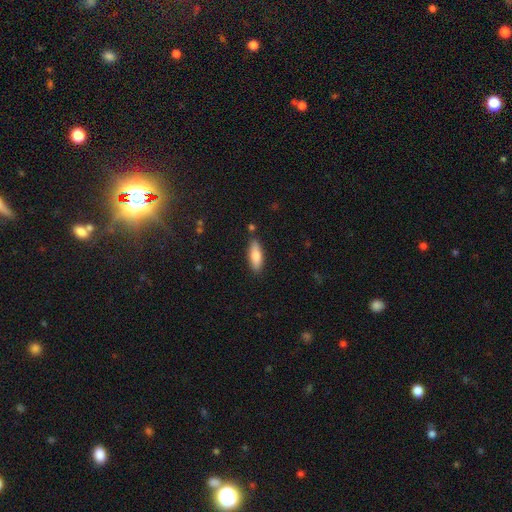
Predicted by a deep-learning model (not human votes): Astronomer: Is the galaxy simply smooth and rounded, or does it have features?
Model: smooth — 79%.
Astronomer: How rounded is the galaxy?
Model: in between — 60% (runner-up: cigar-shaped, 38%).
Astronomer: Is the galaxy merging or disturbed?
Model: none — 82%.